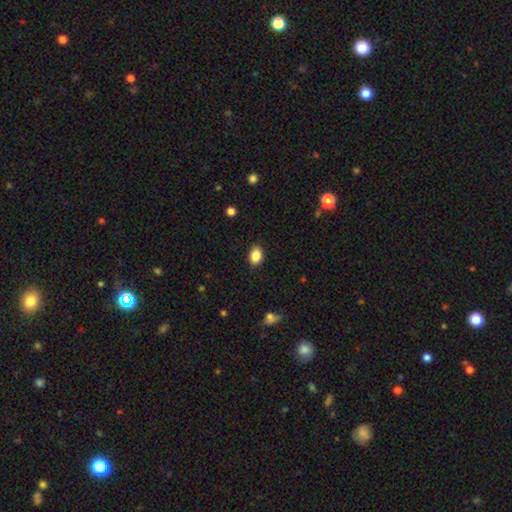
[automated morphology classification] Smooth or featured? Predicted: smooth (p=0.87). How rounded? Predicted: in between (p=0.77). Merging? Predicted: none (p=0.88).